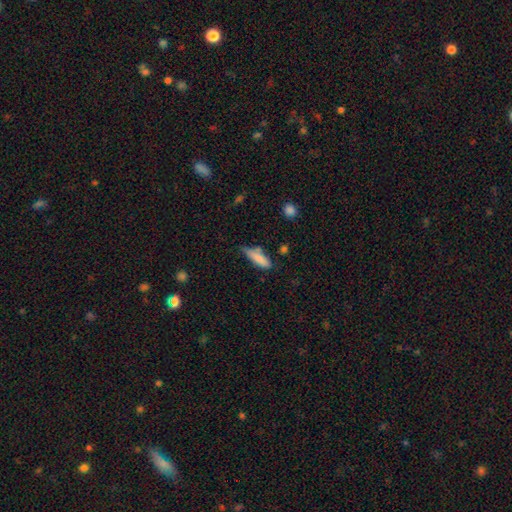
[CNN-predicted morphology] This appears to be a smooth galaxy with no disk features (80%) that is cigar-shaped (59%). Merging: none (54%).